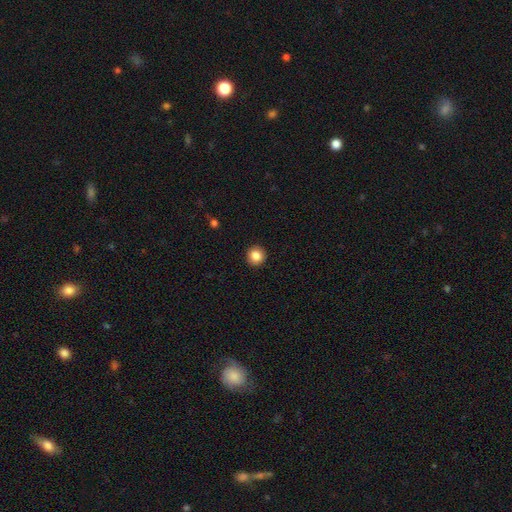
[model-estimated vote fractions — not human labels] Smooth or featured?
  - smooth: 86% *
  - star or artifact: 10%
  - featured or disk: 5%
How rounded?
  - round: 95% *
  - in between: 4%
  - cigar-shaped: 1%
Merging?
  - none: 93% *
  - minor disturbance: 4%
  - major disturbance: 1%
  - merger: 1%